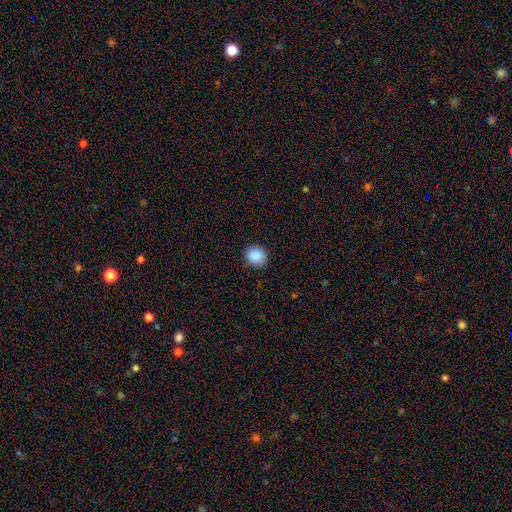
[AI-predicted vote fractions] A smooth galaxy with no disk features (88%) that is round (83%). Merging: none (89%).